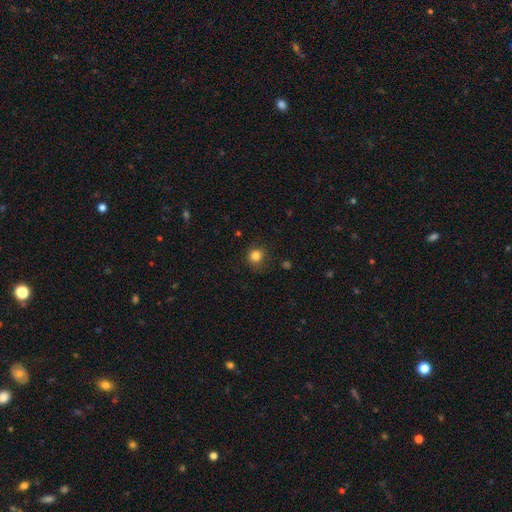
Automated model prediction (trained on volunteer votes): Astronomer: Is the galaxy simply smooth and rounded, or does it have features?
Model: smooth — 83%.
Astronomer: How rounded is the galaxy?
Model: round — 89%.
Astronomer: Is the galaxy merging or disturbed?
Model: none — 81%.